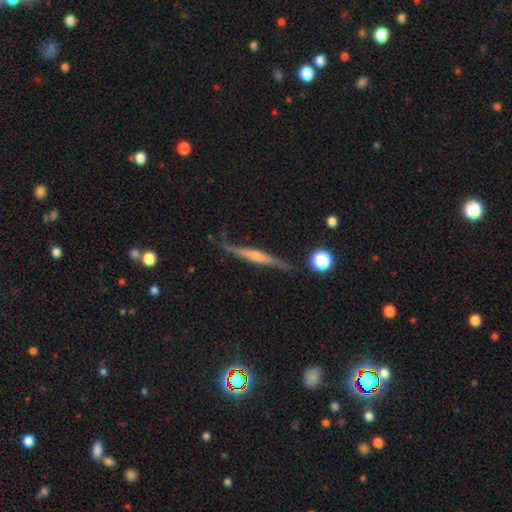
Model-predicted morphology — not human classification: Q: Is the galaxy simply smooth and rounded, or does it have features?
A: featured or disk — 72%.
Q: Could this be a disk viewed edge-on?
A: yes — 95%.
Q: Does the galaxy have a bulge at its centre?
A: rounded — 68%.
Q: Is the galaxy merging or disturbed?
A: none — 78%.